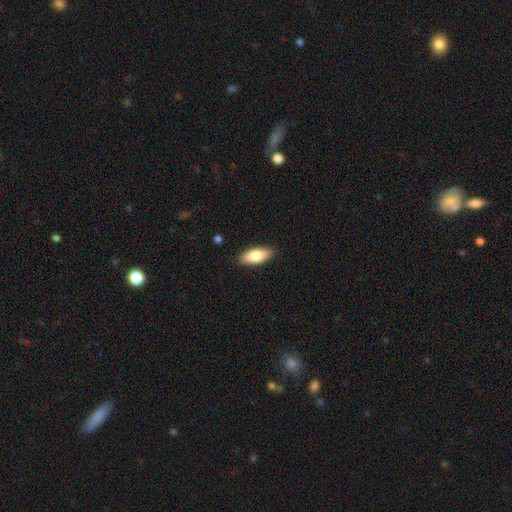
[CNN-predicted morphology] This appears to be a smooth galaxy with no disk features (77%) that is in between round and cigar-shaped (81%). Merging: none (89%).